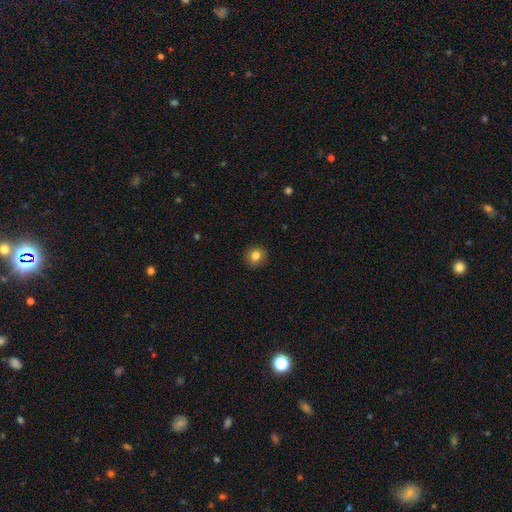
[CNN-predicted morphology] Smooth or featured?
  - smooth: 82% *
  - star or artifact: 11%
  - featured or disk: 7%
How rounded?
  - round: 86% *
  - in between: 13%
  - cigar-shaped: 1%
Merging?
  - none: 91% *
  - minor disturbance: 6%
  - major disturbance: 2%
  - merger: 1%